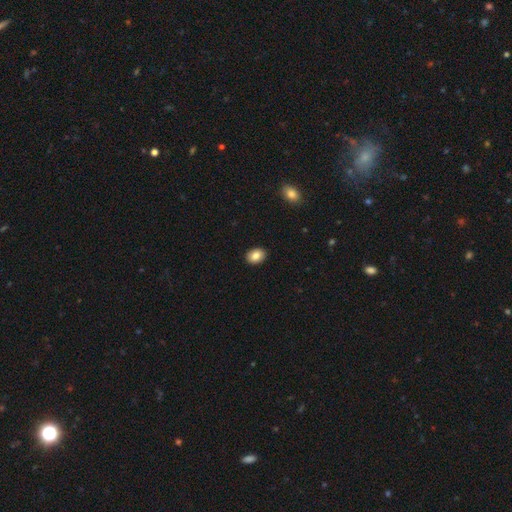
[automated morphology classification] smooth_or_featured: smooth (p=0.84) [alt: featured or disk p=0.08]
how_rounded: in between (p=0.70) [alt: round p=0.29]
merging: none (p=0.91) [alt: minor disturbance p=0.07]